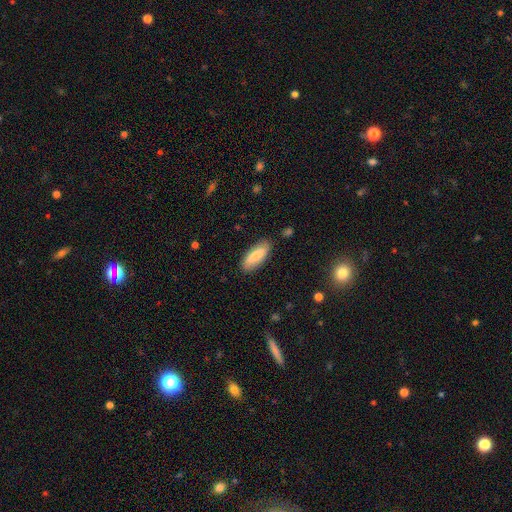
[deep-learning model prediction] This appears to be a smooth galaxy with no disk features (80%) that is in between round and cigar-shaped (68%). Merging: none (84%).